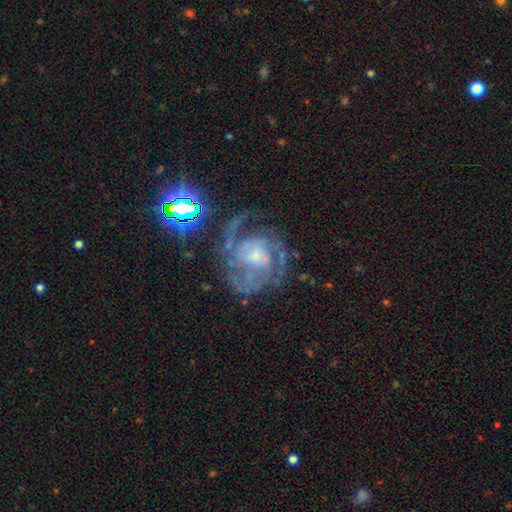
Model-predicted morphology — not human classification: Smooth or featured? Predicted: featured or disk (p=0.84). Edge-on disk? Predicted: no (p=0.98). Bar? Predicted: no (p=0.60). Spiral arms? Predicted: yes (p=0.93). Spiral winding? Predicted: medium (p=0.48). Spiral arm count? Predicted: 2 (p=0.43). Bulge size? Predicted: small (p=0.67). Merging? Predicted: none (p=0.57).